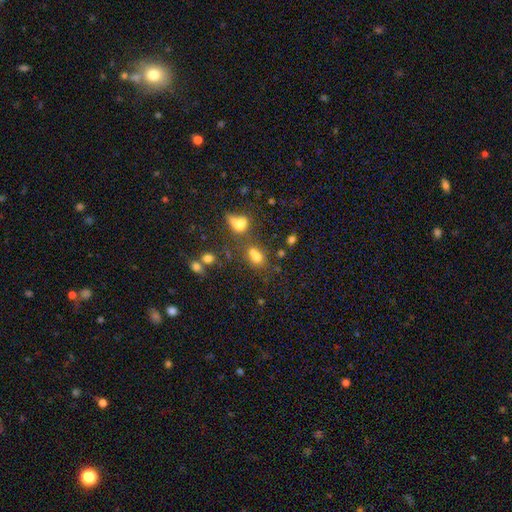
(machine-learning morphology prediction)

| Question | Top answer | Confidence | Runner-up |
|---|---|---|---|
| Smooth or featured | smooth | 68% | star or artifact (18%) |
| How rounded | round | 50% | in between (48%) |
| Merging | merger | 47% | none (35%) |